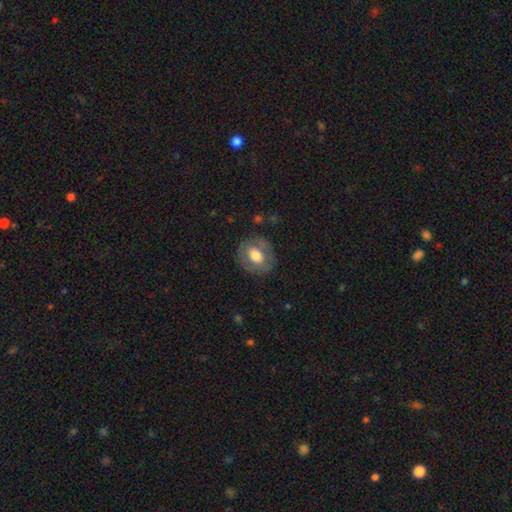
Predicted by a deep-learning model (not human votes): A smooth galaxy with no disk features (59%) that is round (66%). Merging: none (79%).